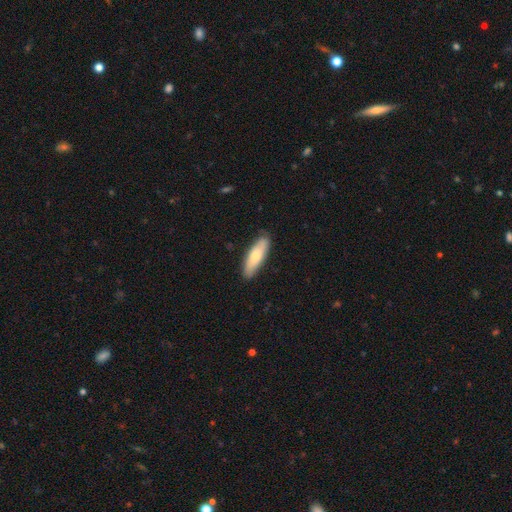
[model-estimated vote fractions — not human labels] A smooth galaxy with no disk features (71%) that is cigar-shaped (50%). Merging: none (85%).